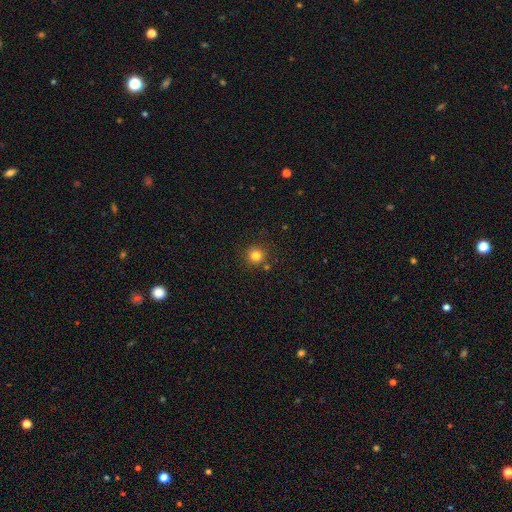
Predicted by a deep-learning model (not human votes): Smooth or featured: smooth — 80% (star or artifact — 14%)
How rounded: round — 93% (in between — 6%)
Merging: none — 82% (minor disturbance — 9%)